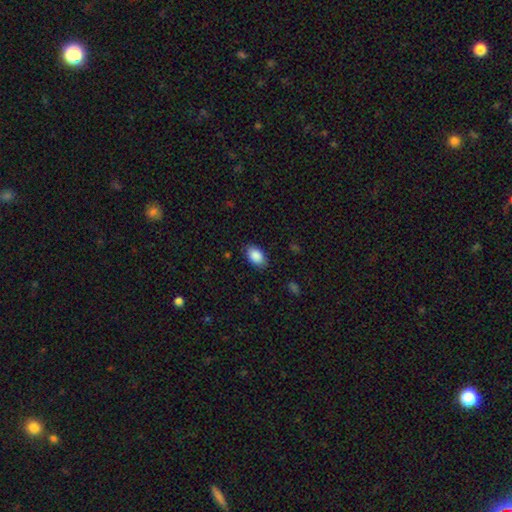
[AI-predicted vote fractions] Q: Smooth or featured?
A: smooth (89%); runner-up: star or artifact (7%)
Q: How rounded?
A: in between (90%); runner-up: round (9%)
Q: Merging?
A: none (84%); runner-up: minor disturbance (12%)